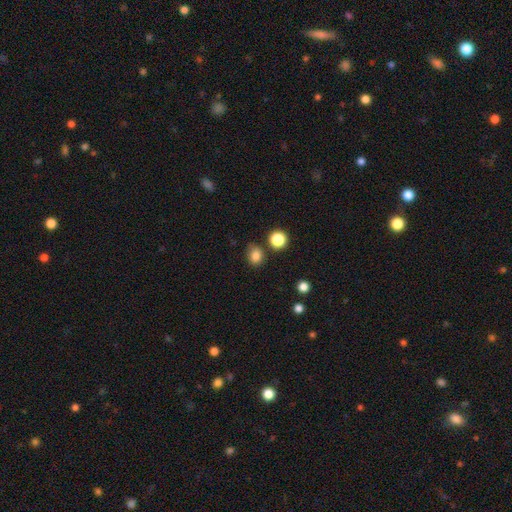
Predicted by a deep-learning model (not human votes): A smooth galaxy with no disk features (83%) that is round (58%).

Vote fractions:
- Smooth or featured? smooth: 83% / star or artifact: 13% / featured or disk: 4%
- How rounded? round: 58% / in between: 41% / cigar-shaped: 1%
- Merging? none: 72% / minor disturbance: 18% / merger: 6% / major disturbance: 4%